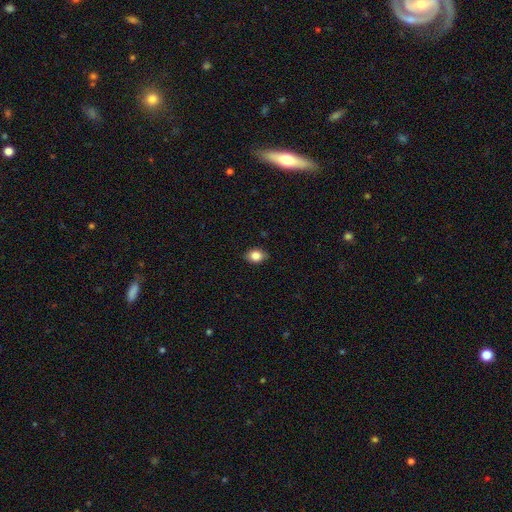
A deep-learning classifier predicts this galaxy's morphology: This appears to be a smooth galaxy with no disk features (85%) that is in between round and cigar-shaped (75%). Merging: none (85%).